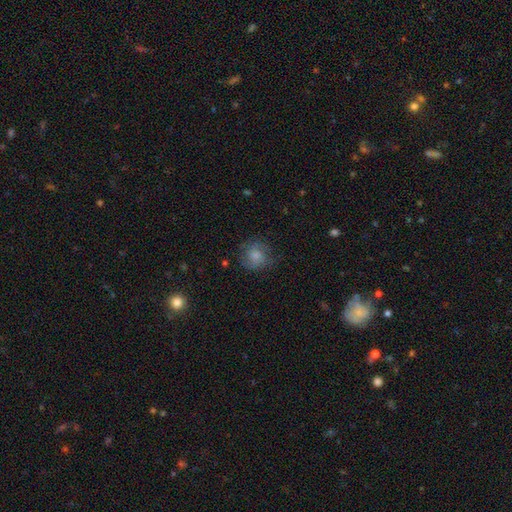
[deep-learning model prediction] Smooth or featured? Predicted: smooth (p=0.59). How rounded? Predicted: round (p=0.82). Merging? Predicted: none (p=0.69).